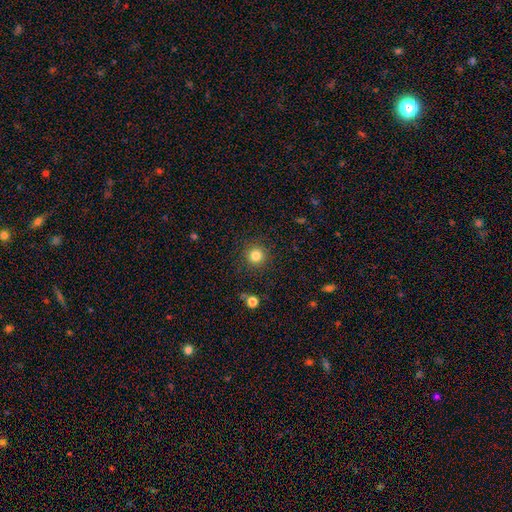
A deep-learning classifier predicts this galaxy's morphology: A smooth galaxy with no disk features (82%) that is round (95%). Merging: none (90%).